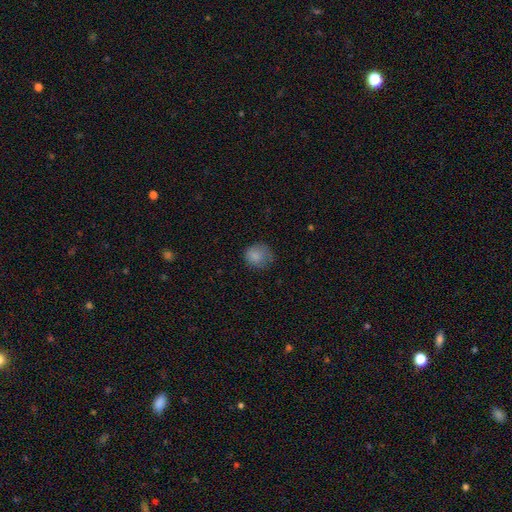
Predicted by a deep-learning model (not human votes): A smooth galaxy with no disk features (83%) that is round (80%). Merging: none (63%).